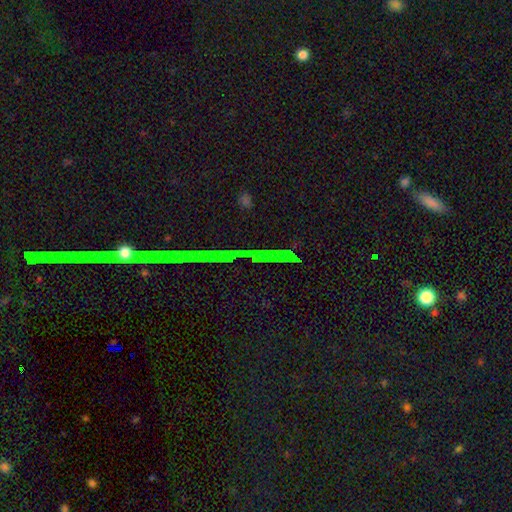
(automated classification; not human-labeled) Smooth or featured?
  - star or artifact: 80% *
  - featured or disk: 10%
  - smooth: 9%